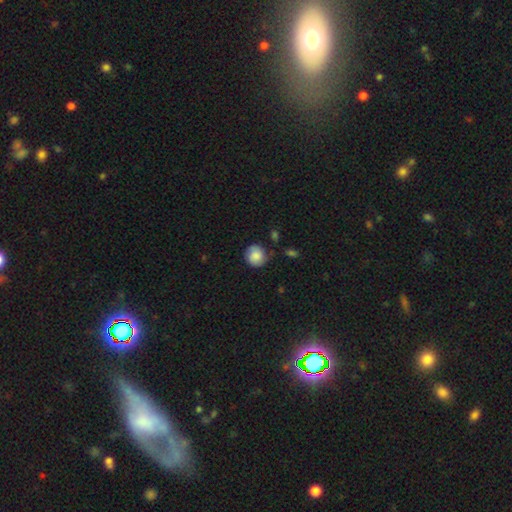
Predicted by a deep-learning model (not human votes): The model was most divided on "merging": none: 77%, minor disturbance: 16%, major disturbance: 4%, merger: 3%. More confident: how rounded — round (88%); smooth or featured — smooth (78%).